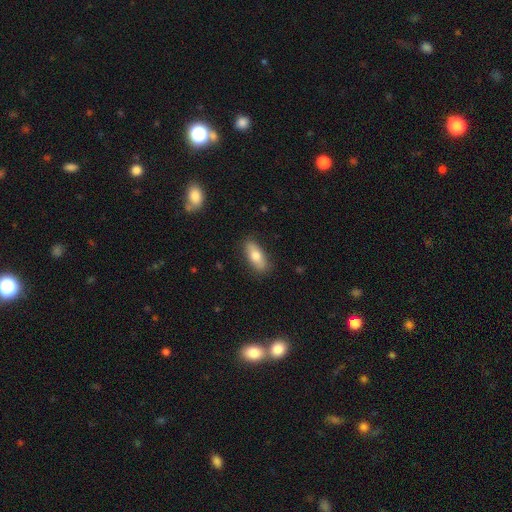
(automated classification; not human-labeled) smooth_or_featured: smooth (p=0.74) [alt: featured or disk p=0.19]
how_rounded: in between (p=0.77) [alt: cigar-shaped p=0.20]
merging: none (p=0.85) [alt: minor disturbance p=0.12]